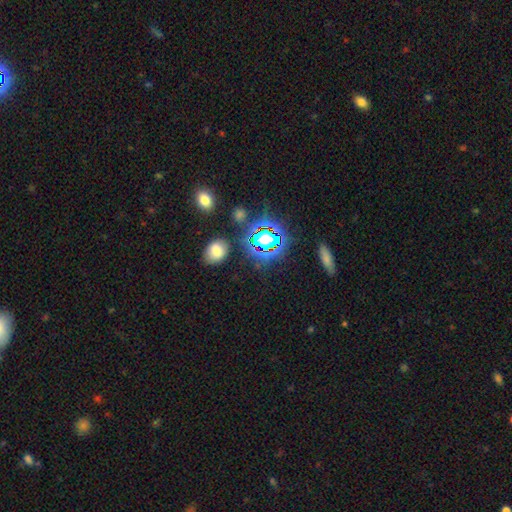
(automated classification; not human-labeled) The model was most divided on "smooth or featured": star or artifact: 72%, smooth: 18%, featured or disk: 10%.